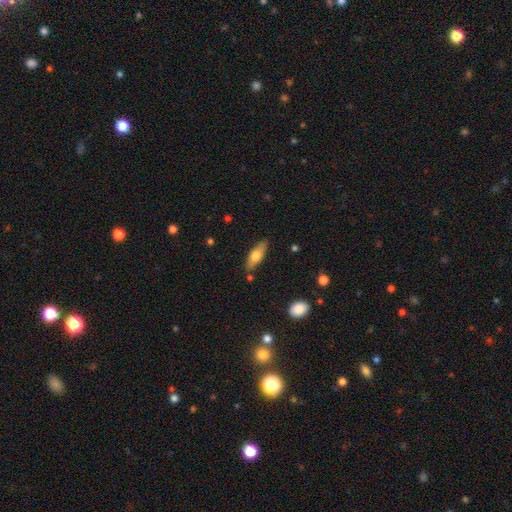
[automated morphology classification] smooth_or_featured: smooth (p=0.62) [alt: featured or disk p=0.32]
how_rounded: in between (p=0.61) [alt: cigar-shaped p=0.36]
merging: none (p=0.81) [alt: minor disturbance p=0.13]